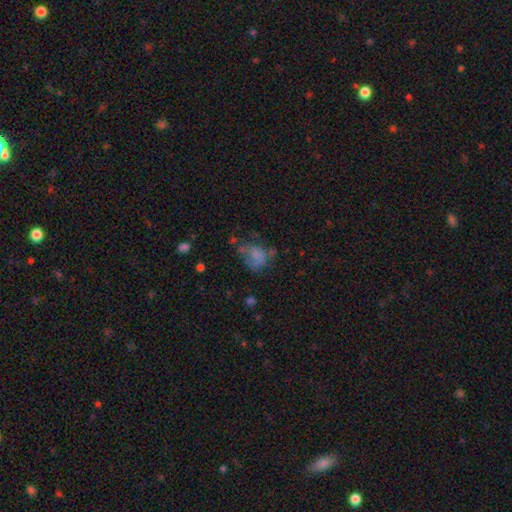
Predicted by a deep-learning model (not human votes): smooth_or_featured: smooth (p=0.57) [alt: featured or disk p=0.27]
how_rounded: in between (p=0.67) [alt: round p=0.32]
merging: none (p=0.34) [alt: major disturbance p=0.31]